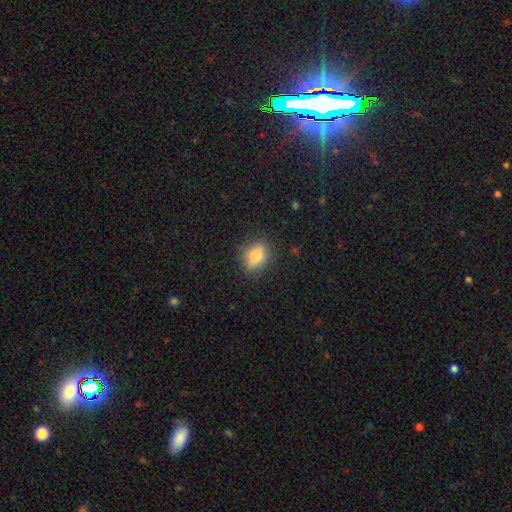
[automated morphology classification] Smooth or featured?
  - smooth: 76% *
  - featured or disk: 14%
  - star or artifact: 10%
How rounded?
  - in between: 64% *
  - round: 31%
  - cigar-shaped: 5%
Merging?
  - none: 79% *
  - minor disturbance: 16%
  - major disturbance: 4%
  - merger: 1%